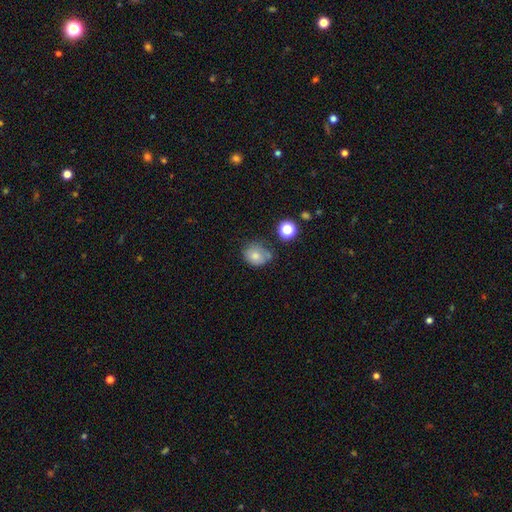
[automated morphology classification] Smooth or featured? Predicted: smooth (p=0.71). How rounded? Predicted: round (p=0.60). Merging? Predicted: none (p=0.46).